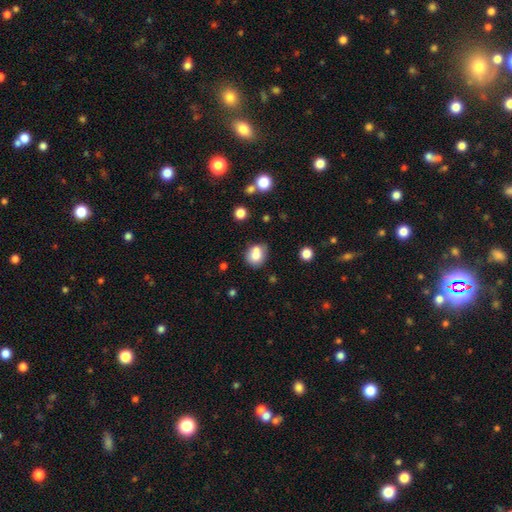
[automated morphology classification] A smooth galaxy with no disk features (78%) that is round (59%). Merging: none (50%).